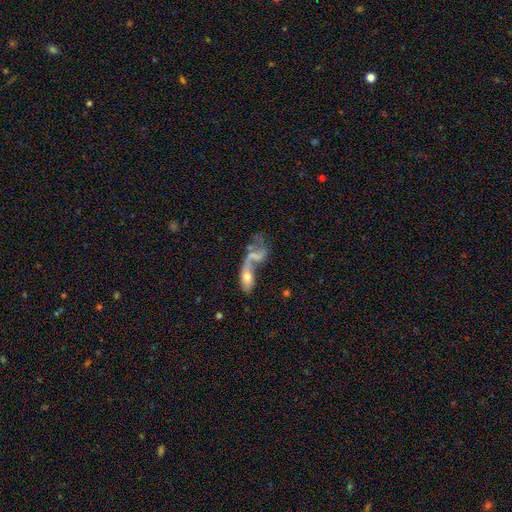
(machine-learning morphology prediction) Smooth or featured: featured or disk — 58% (smooth — 32%)
Edge-on disk: no — 93% (yes — 7%)
Bar: no — 62% (weak — 28%)
Spiral arms: yes — 56% (no — 44%)
Bulge size: small — 35% (none — 32%)
Merging: merger — 57% (major disturbance — 20%)